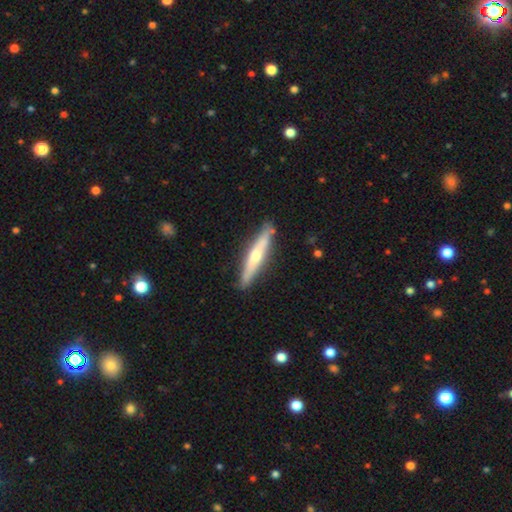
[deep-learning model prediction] A featured or disk galaxy (61%) viewed edge-on (93%) with a rounded central bulge (83%).

Vote fractions:
- Smooth or featured? featured or disk: 61% / smooth: 34% / star or artifact: 5%
- Edge-on disk? yes: 93% / no: 7%
- Edge-on bulge? rounded: 83% / none: 12% / boxy: 5%
- Merging? none: 87% / minor disturbance: 10% / major disturbance: 2% / merger: 2%